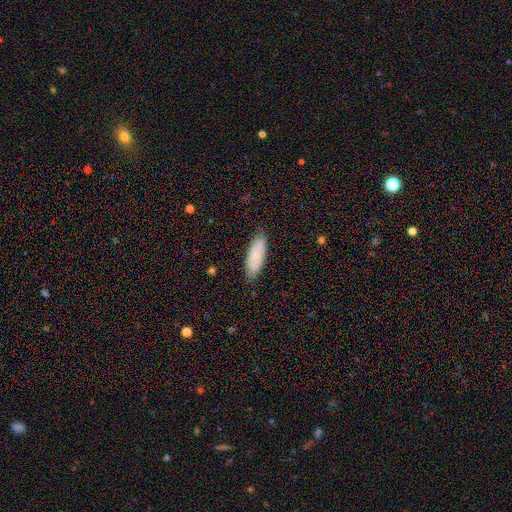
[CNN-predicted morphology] A smooth galaxy with no disk features (80%) that is in between round and cigar-shaped (68%).

Vote fractions:
- Smooth or featured? smooth: 80% / featured or disk: 13% / star or artifact: 6%
- How rounded? in between: 68% / cigar-shaped: 30% / round: 2%
- Merging? none: 81% / minor disturbance: 16% / major disturbance: 3% / merger: 1%